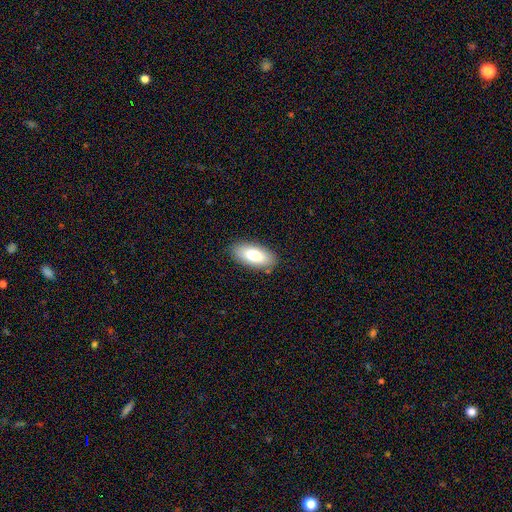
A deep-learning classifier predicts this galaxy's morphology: The model was most divided on "smooth or featured": smooth: 79%, featured or disk: 14%, star or artifact: 7%. More confident: how rounded — in between (89%); merging — none (87%).